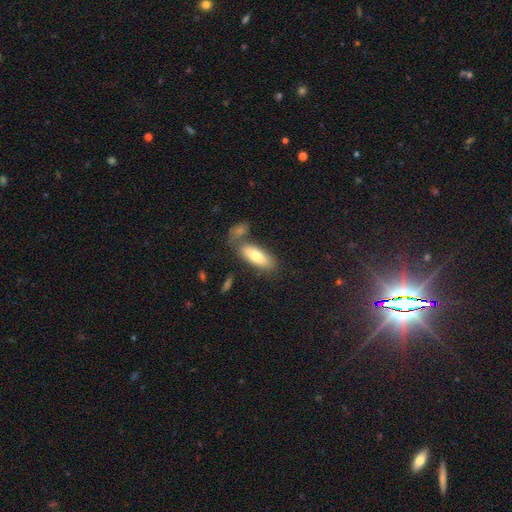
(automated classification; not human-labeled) The model was most divided on "merging": none: 64%, merger: 18%, minor disturbance: 14%, major disturbance: 4%. More confident: smooth or featured — smooth (75%); how rounded — in between (74%).